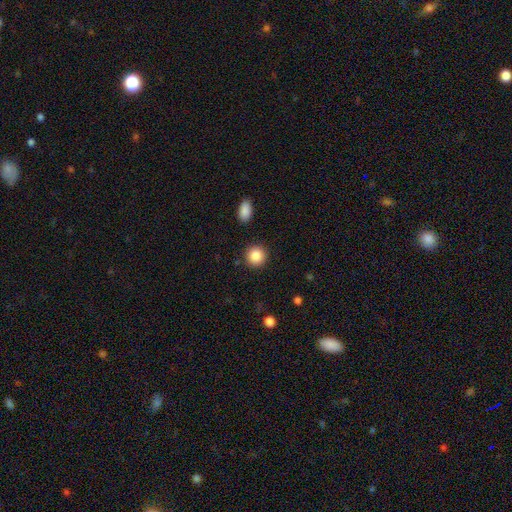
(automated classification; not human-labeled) Smooth or featured? Predicted: smooth (p=0.87). How rounded? Predicted: round (p=0.92). Merging? Predicted: none (p=0.90).